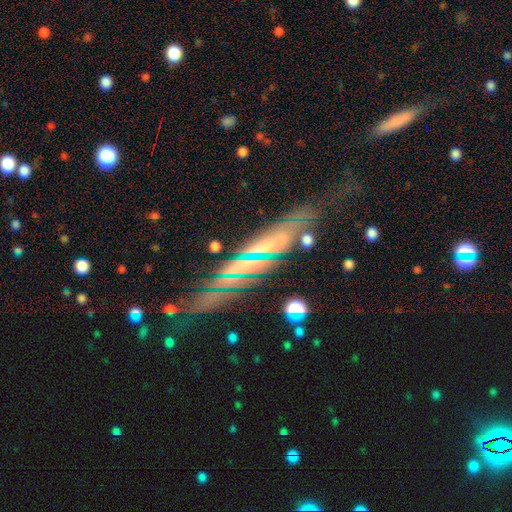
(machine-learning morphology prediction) Smooth or featured? featured or disk (66%)
Edge-on disk? yes (61%)
Merging? none (66%)